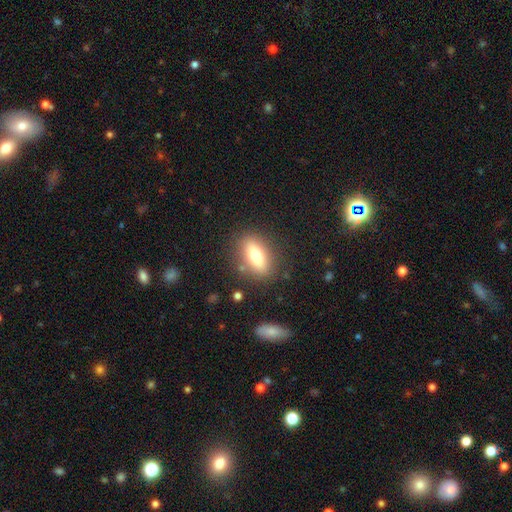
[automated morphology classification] Smooth or featured?
  - smooth: 68% *
  - featured or disk: 25%
  - star or artifact: 8%
How rounded?
  - in between: 74% *
  - cigar-shaped: 20%
  - round: 6%
Merging?
  - none: 82% *
  - minor disturbance: 11%
  - major disturbance: 4%
  - merger: 3%